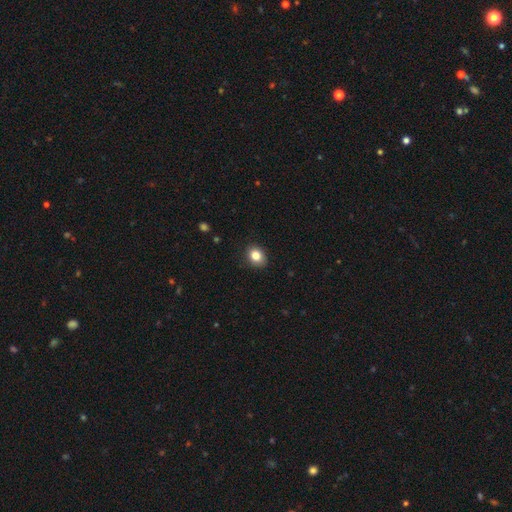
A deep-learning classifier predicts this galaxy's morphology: Smooth or featured? smooth (84%)
How rounded? round (52%)
Merging? none (88%)